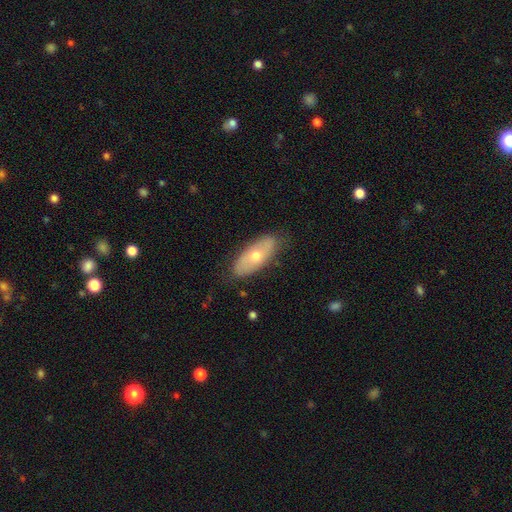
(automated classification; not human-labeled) Morphology: type=smooth (53%); roundness=in between (83%); merging=none (80%).